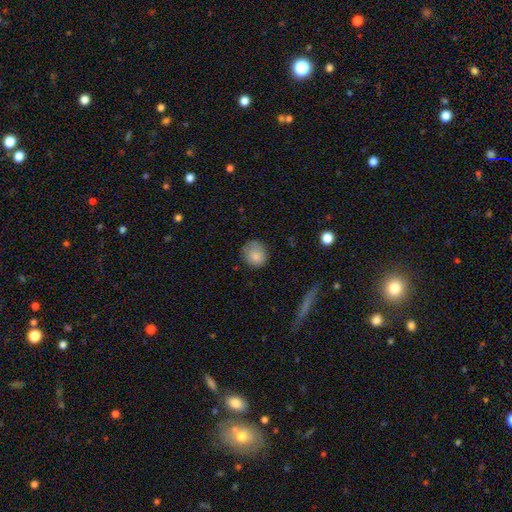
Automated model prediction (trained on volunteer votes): The model was most divided on "merging": none: 73%, minor disturbance: 20%, major disturbance: 5%, merger: 2%. More confident: smooth or featured — smooth (82%); how rounded — round (81%).